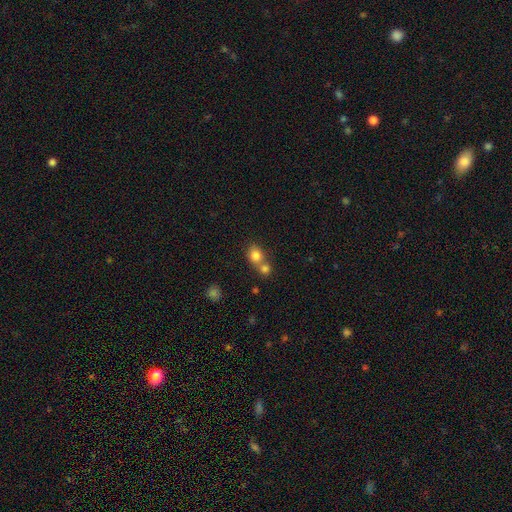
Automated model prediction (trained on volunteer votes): smooth 81%, star or artifact 11%, featured or disk 9%. Down the decision tree: how rounded — round (66%); merging — merger (52%).